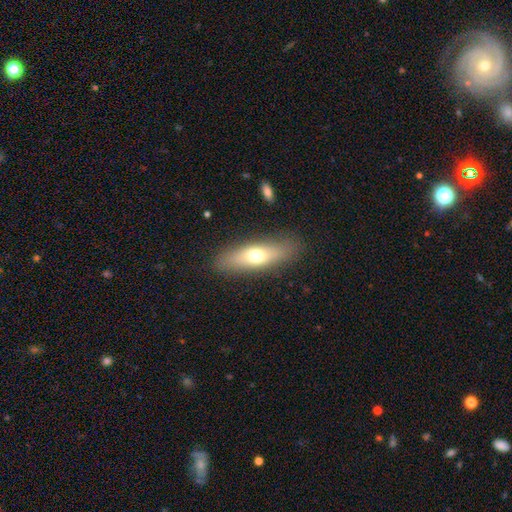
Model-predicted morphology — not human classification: smooth_or_featured: smooth (p=0.62) [alt: featured or disk p=0.31]
how_rounded: cigar-shaped (p=0.54) [alt: in between p=0.43]
merging: none (p=0.85) [alt: minor disturbance p=0.10]